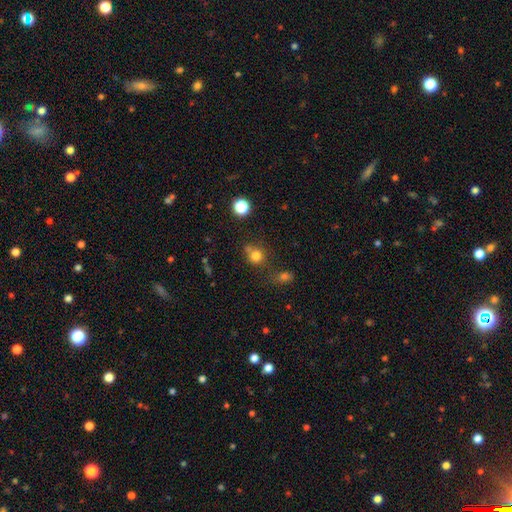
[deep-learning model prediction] This is likely a smooth galaxy (77%). How rounded: clearly round (84%). Merging: possibly none (59%).